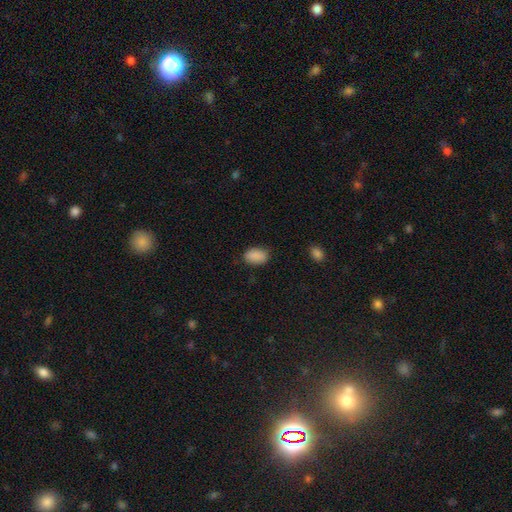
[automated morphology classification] A smooth galaxy with no disk features (89%) that is in between round and cigar-shaped (87%). Merging: none (83%).